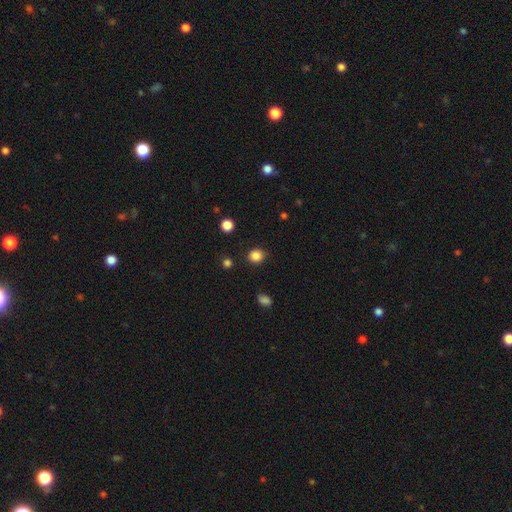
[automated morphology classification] Smooth or featured?
  - smooth: 85% *
  - star or artifact: 12%
  - featured or disk: 3%
How rounded?
  - round: 81% *
  - in between: 18%
  - cigar-shaped: 1%
Merging?
  - none: 87% *
  - minor disturbance: 8%
  - major disturbance: 3%
  - merger: 2%